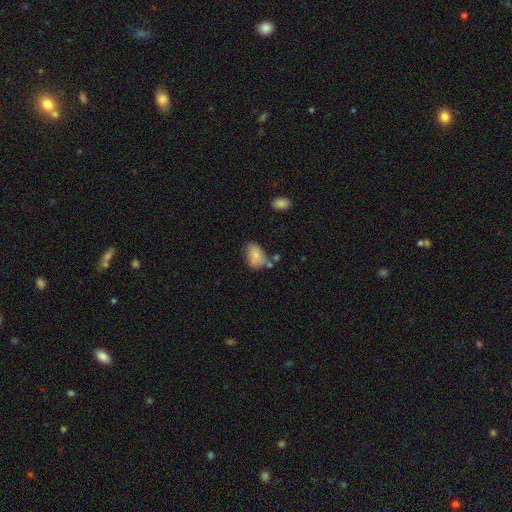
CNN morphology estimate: This appears to be a smooth galaxy with no disk features (78%) that is in between round and cigar-shaped (85%). Merging: none (49%).